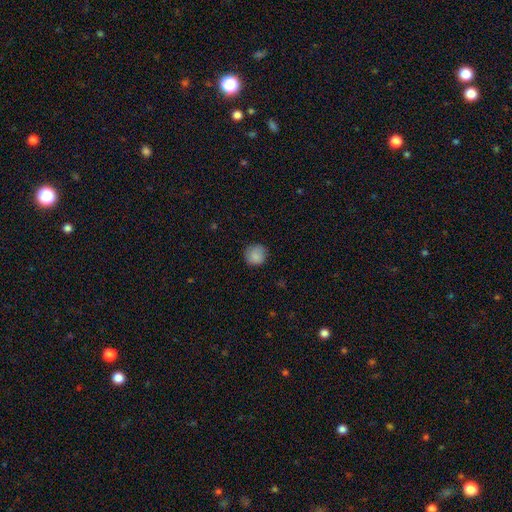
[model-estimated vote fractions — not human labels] Smooth or featured?
  - smooth: 86% *
  - star or artifact: 8%
  - featured or disk: 5%
How rounded?
  - round: 91% *
  - in between: 8%
  - cigar-shaped: 1%
Merging?
  - none: 83% *
  - minor disturbance: 13%
  - major disturbance: 3%
  - merger: 1%